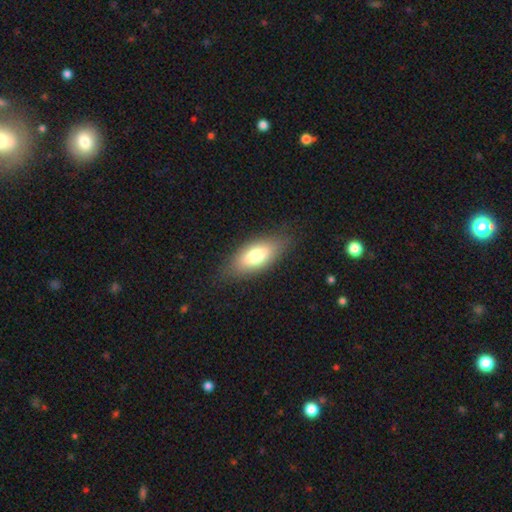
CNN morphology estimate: type=smooth (72%); roundness=in between (83%); merging=none (81%).